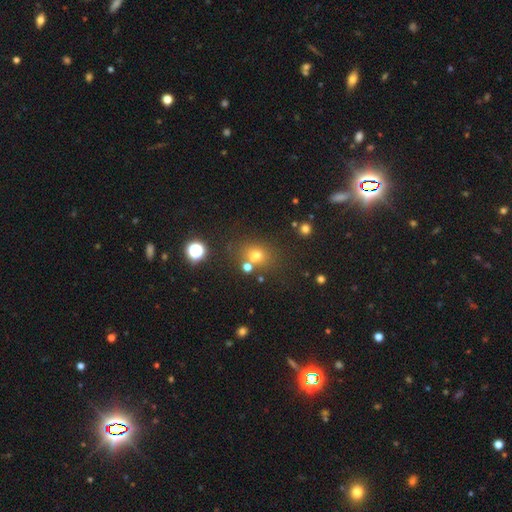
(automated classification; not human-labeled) Smooth or featured? Predicted: smooth (p=0.67). How rounded? Predicted: round (p=0.64). Merging? Predicted: none (p=0.65).